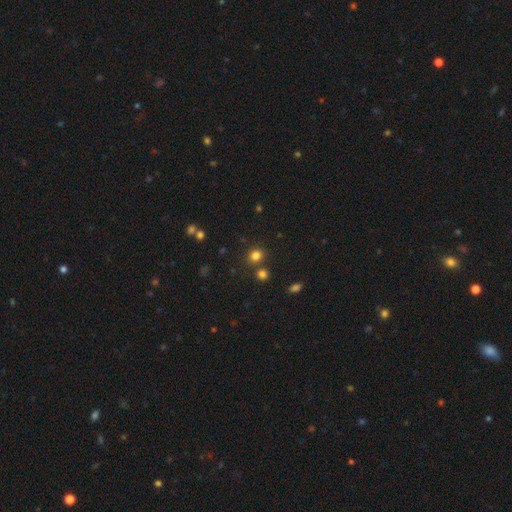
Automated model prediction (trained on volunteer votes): Overall: smooth (80%). How rounded: round (80%). Merging: none (79%).